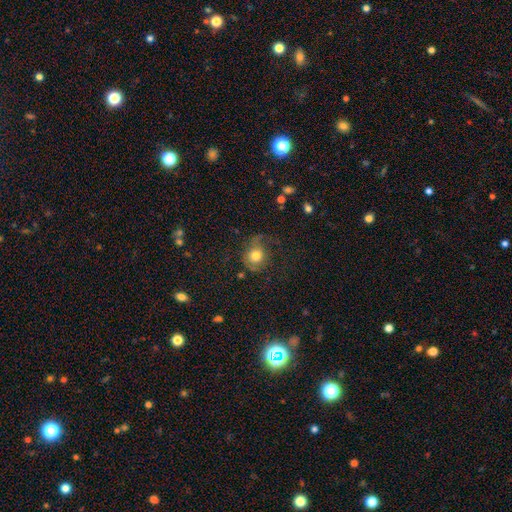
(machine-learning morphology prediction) smooth 68%, featured or disk 22%, star or artifact 10%. Down the decision tree: how rounded — round (80%); merging — none (49%).